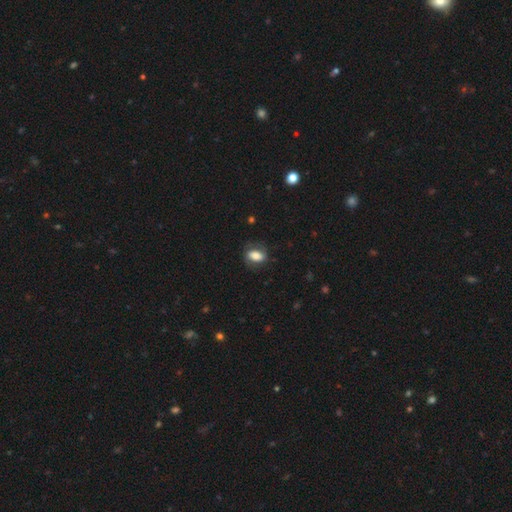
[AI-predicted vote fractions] Q: Smooth or featured?
A: smooth (64%); runner-up: featured or disk (28%)
Q: How rounded?
A: in between (81%); runner-up: round (17%)
Q: Merging?
A: none (70%); runner-up: minor disturbance (19%)